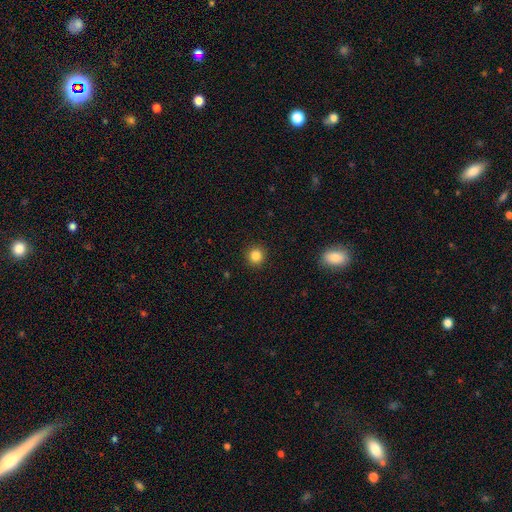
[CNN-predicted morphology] The model was most divided on "smooth or featured": smooth: 84%, star or artifact: 12%, featured or disk: 4%. More confident: how rounded — round (94%); merging — none (92%).